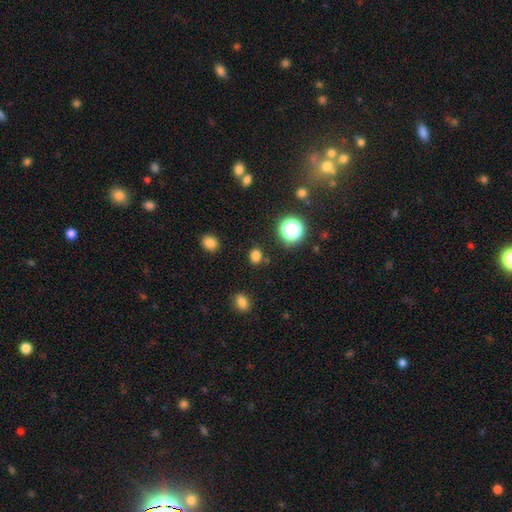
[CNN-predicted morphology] Smooth or featured: smooth — 78% (star or artifact — 18%)
How rounded: round — 52% (in between — 47%)
Merging: none — 84% (minor disturbance — 10%)